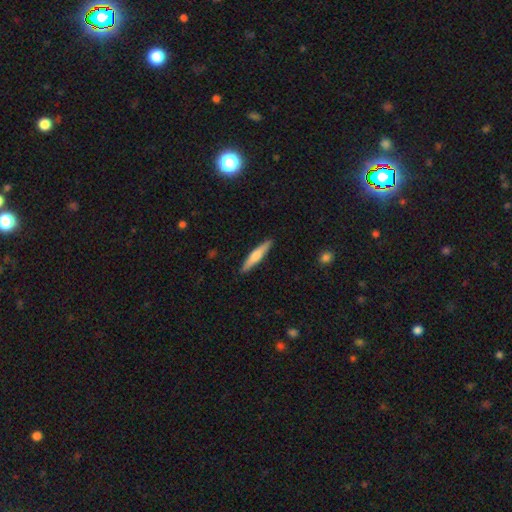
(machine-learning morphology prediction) smooth-or-featured: smooth: 55% | featured or disk: 40% | star or artifact: 5%
  how-rounded: cigar-shaped: 89% | in between: 9% | round: 2%
  merging: none: 91% | minor disturbance: 7% | major disturbance: 1% | merger: 1%